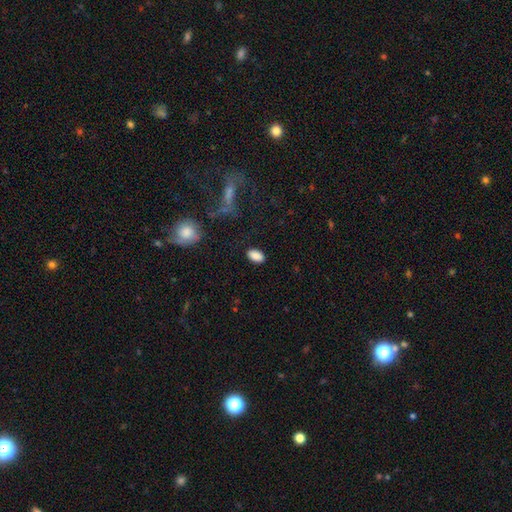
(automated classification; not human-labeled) Smooth or featured?
  - smooth: 88% *
  - star or artifact: 8%
  - featured or disk: 4%
How rounded?
  - in between: 93% *
  - round: 5%
  - cigar-shaped: 2%
Merging?
  - none: 86% *
  - minor disturbance: 10%
  - major disturbance: 3%
  - merger: 1%